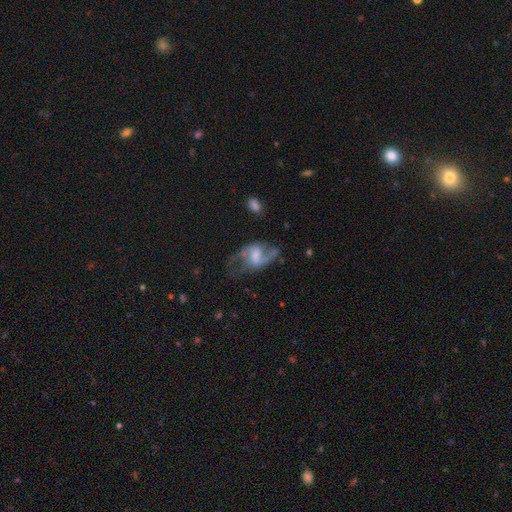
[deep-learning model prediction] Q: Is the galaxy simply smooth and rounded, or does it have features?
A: featured or disk — 77%.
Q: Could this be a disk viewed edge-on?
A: no — 97%.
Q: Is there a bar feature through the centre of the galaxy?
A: weak — 53%.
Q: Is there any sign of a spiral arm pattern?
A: yes — 87%.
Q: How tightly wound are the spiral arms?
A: loose — 53%.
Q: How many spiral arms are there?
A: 2 — 76%.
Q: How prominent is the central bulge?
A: small — 31%, tied with moderate.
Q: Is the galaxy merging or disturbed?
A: none — 46%.